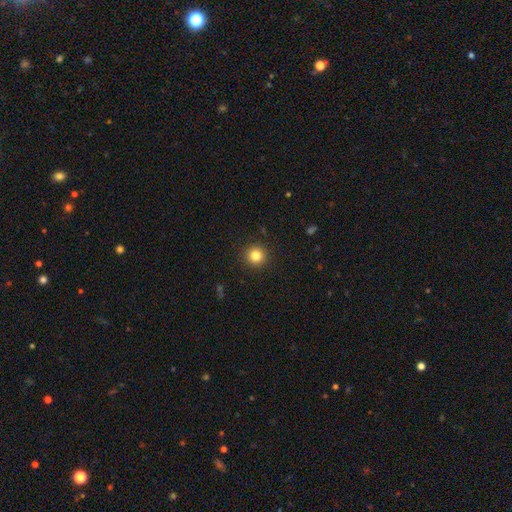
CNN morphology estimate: smooth-or-featured: smooth: 83% | star or artifact: 12% | featured or disk: 5%
  how-rounded: round: 95% | in between: 4% | cigar-shaped: 1%
  merging: none: 92% | minor disturbance: 5% | major disturbance: 2% | merger: 1%